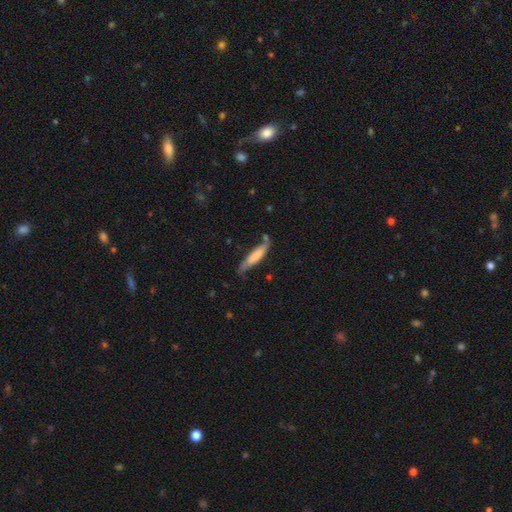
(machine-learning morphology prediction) Smooth or featured? smooth (63%)
How rounded? cigar-shaped (84%)
Merging? none (62%)